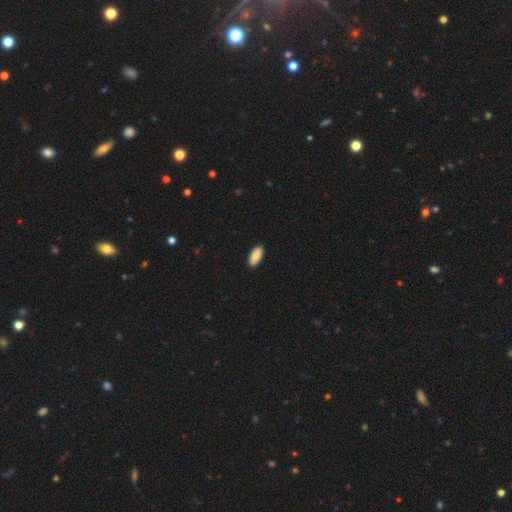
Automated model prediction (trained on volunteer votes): Smooth or featured?
  - smooth: 90% *
  - star or artifact: 6%
  - featured or disk: 4%
How rounded?
  - in between: 91% *
  - cigar-shaped: 7%
  - round: 2%
Merging?
  - none: 91% *
  - minor disturbance: 7%
  - major disturbance: 2%
  - merger: 1%